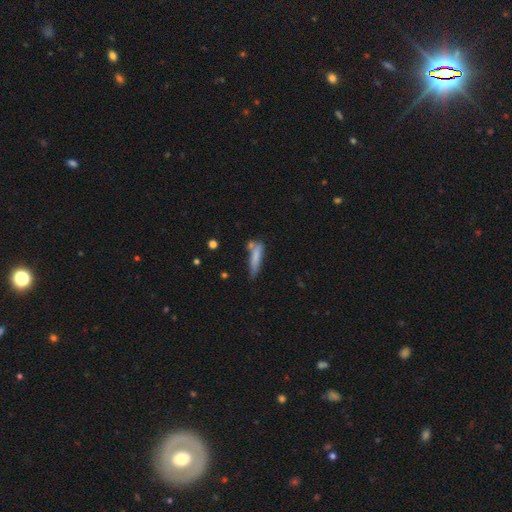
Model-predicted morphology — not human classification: Overall: smooth (74%). How rounded: cigar-shaped (80%). Merging: none (49%; minor disturbance 27%).